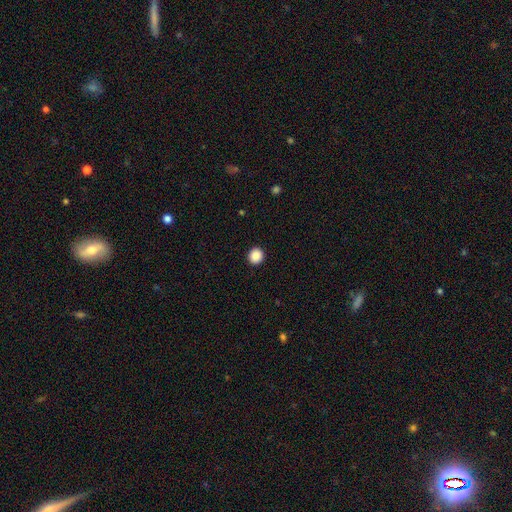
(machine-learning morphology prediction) Smooth or featured: smooth — 89% (star or artifact — 9%)
How rounded: round — 92% (in between — 7%)
Merging: none — 93% (minor disturbance — 4%)